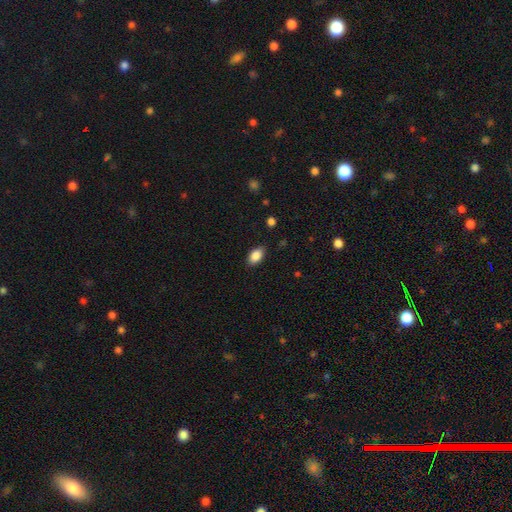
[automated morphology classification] type=smooth (87%); roundness=in between (90%); merging=none (85%).